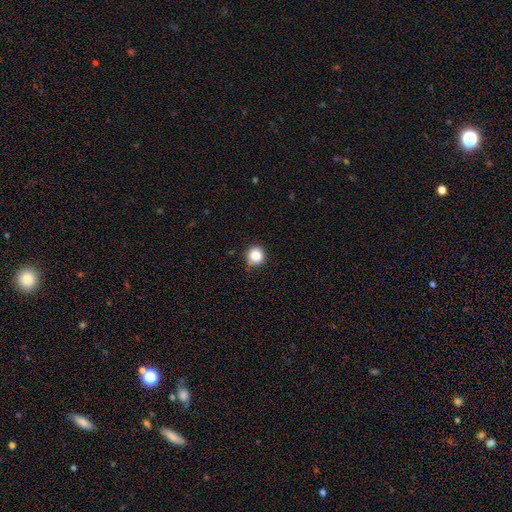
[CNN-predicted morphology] Smooth or featured? Predicted: smooth (p=0.85). How rounded? Predicted: round (p=0.91). Merging? Predicted: none (p=0.84).